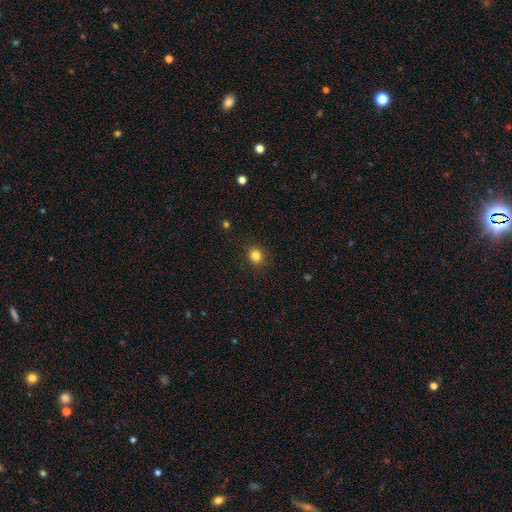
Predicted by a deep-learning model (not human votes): This is clearly a smooth galaxy (83%). How rounded: clearly round (83%). Merging: clearly none (89%).